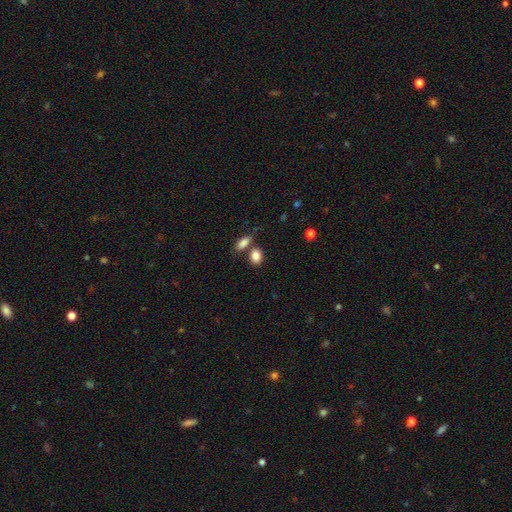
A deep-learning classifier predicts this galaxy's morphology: Smooth or featured: smooth — 86% (star or artifact — 8%)
How rounded: in between — 74% (round — 24%)
Merging: none — 60% (merger — 24%)